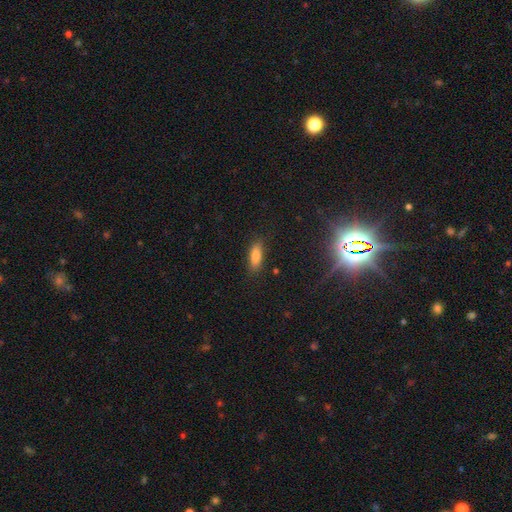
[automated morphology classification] Smooth or featured? smooth (81%)
How rounded? in between (71%)
Merging? none (82%)